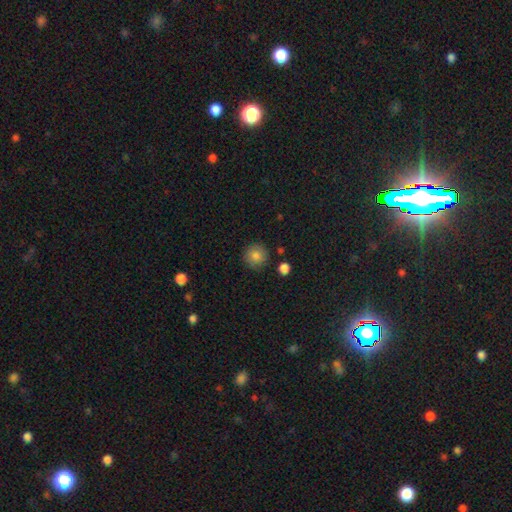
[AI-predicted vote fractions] Smooth or featured: smooth — 83% (star or artifact — 9%)
How rounded: round — 93% (in between — 6%)
Merging: none — 83% (minor disturbance — 11%)